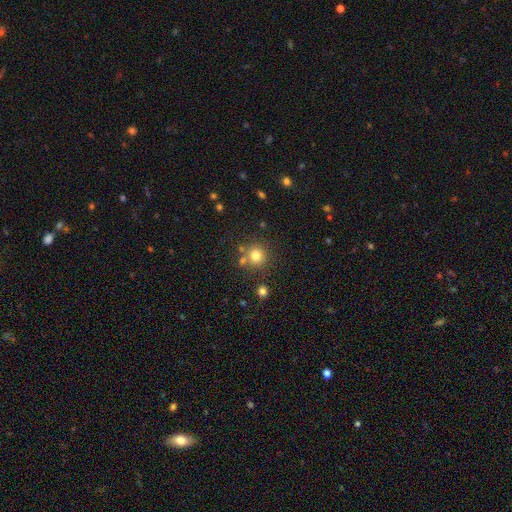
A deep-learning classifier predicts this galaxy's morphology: This is likely a smooth galaxy (78%). How rounded: clearly round (93%). Merging: likely none (76%).